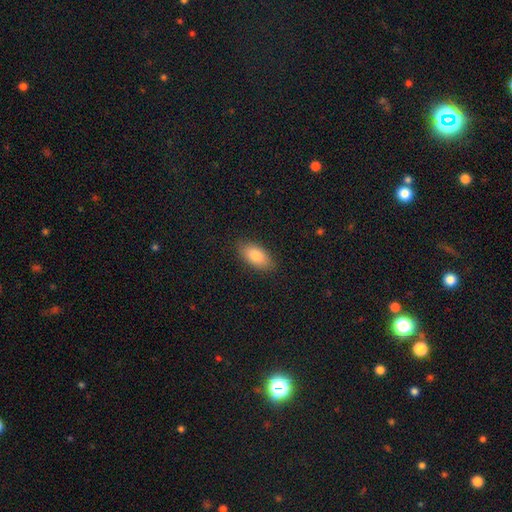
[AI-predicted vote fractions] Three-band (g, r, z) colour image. It shows a smooth galaxy with no disk features (82%) that is in between round and cigar-shaped (92%). Merging: none (87%).